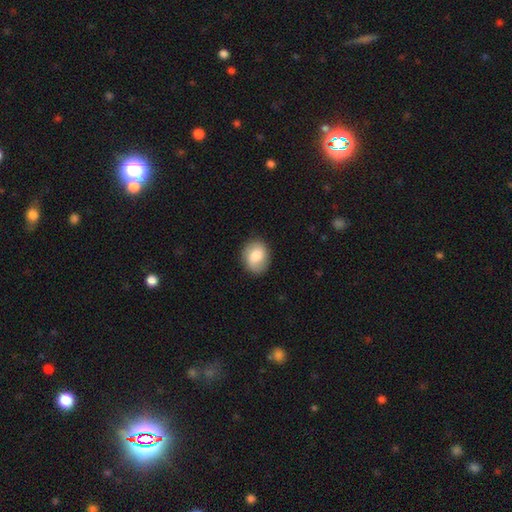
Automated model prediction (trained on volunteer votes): Smooth or featured?
  - smooth: 76% *
  - featured or disk: 17%
  - star or artifact: 7%
How rounded?
  - round: 51% *
  - in between: 48%
  - cigar-shaped: 1%
Merging?
  - none: 86% *
  - minor disturbance: 11%
  - major disturbance: 3%
  - merger: 1%